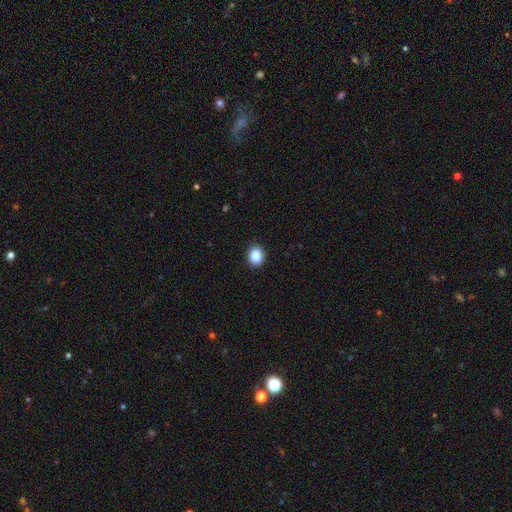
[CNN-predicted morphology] The model was most divided on "how rounded": round: 57%, in between: 42%, cigar-shaped: 1%. More confident: merging — none (91%); smooth or featured — smooth (87%).